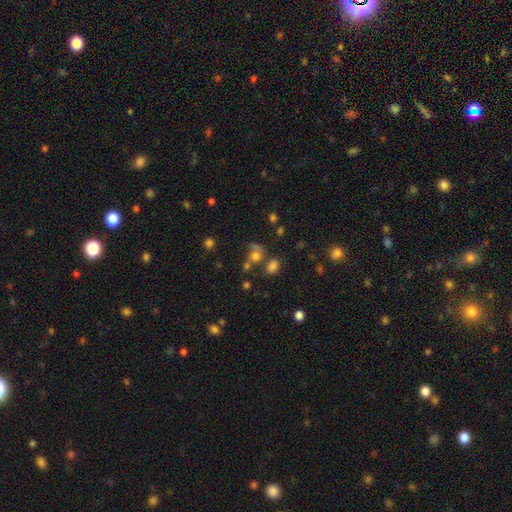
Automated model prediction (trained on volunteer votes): Smooth or featured? Predicted: smooth (p=0.66). How rounded? Predicted: round (p=0.56). Merging? Predicted: none (p=0.37).